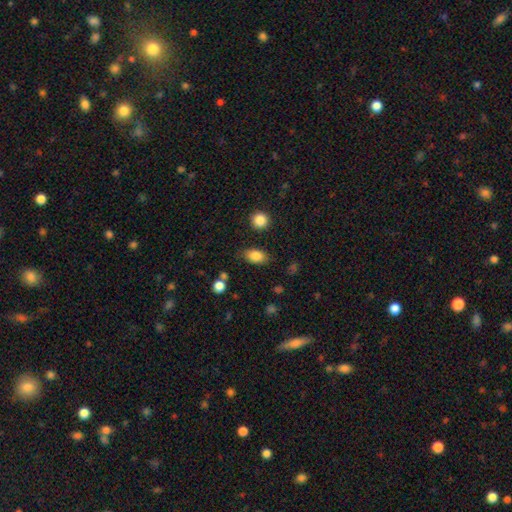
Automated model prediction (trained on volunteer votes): smooth-or-featured: smooth: 85% | star or artifact: 9% | featured or disk: 6%
  how-rounded: in between: 86% | round: 12% | cigar-shaped: 2%
  merging: none: 80% | minor disturbance: 13% | major disturbance: 4% | merger: 3%